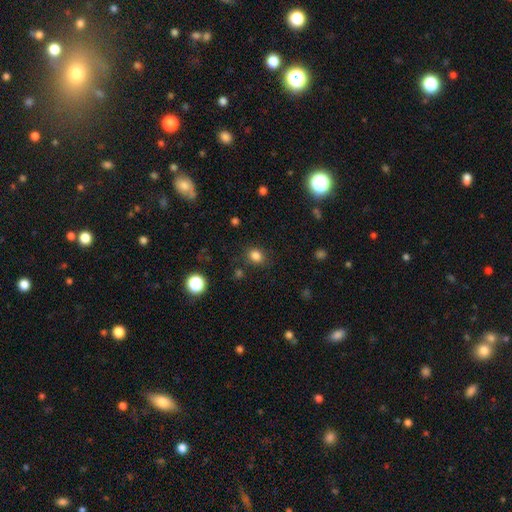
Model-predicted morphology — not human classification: Smooth or featured?
  - smooth: 82% *
  - star or artifact: 13%
  - featured or disk: 4%
How rounded?
  - round: 64% *
  - in between: 35%
  - cigar-shaped: 1%
Merging?
  - none: 84% *
  - minor disturbance: 11%
  - major disturbance: 4%
  - merger: 2%